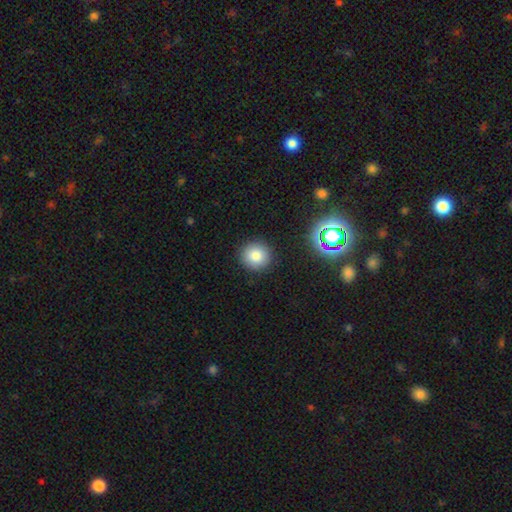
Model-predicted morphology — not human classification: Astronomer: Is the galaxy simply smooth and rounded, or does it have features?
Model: smooth — 81%.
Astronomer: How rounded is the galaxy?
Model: round — 92%.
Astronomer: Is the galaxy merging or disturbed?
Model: none — 90%.